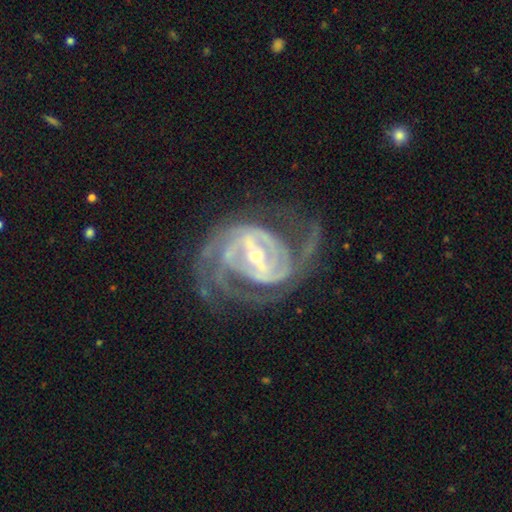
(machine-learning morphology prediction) The model was most divided on "spiral winding": medium: 45%, tight: 43%, loose: 12%. Remaining: spiral arms — yes (97%); edge-on disk — no (97%); smooth or featured — featured or disk (92%); bar — strong (66%); bulge size — small (59%); merging — none (58%); spiral arm count — 2 (42%).